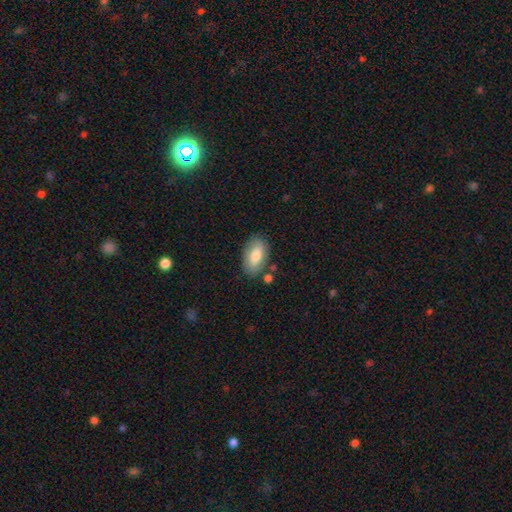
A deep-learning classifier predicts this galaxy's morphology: Smooth or featured: smooth — 76% (featured or disk — 18%)
How rounded: in between — 93% (round — 4%)
Merging: none — 78% (minor disturbance — 14%)